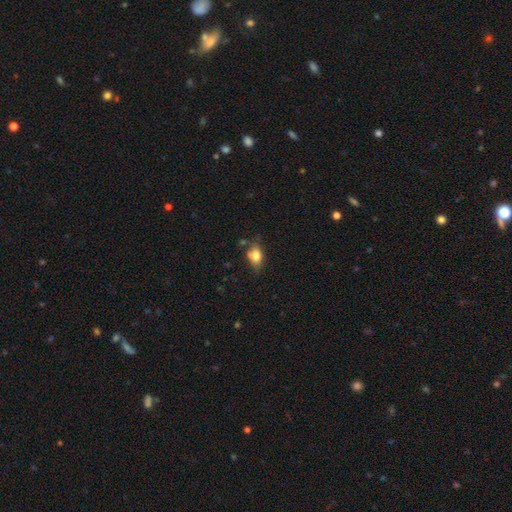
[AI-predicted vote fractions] The model was most divided on "merging": none: 62%, minor disturbance: 25%, merger: 6%, major disturbance: 6%. More confident: how rounded — in between (80%); smooth or featured — smooth (77%).